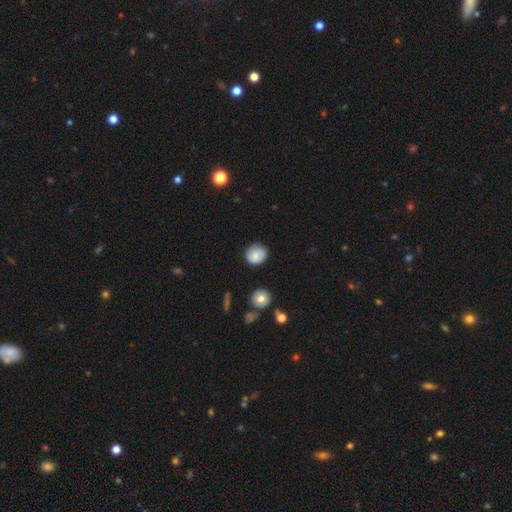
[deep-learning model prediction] Q: Smooth or featured?
A: smooth (79%); runner-up: featured or disk (13%)
Q: How rounded?
A: round (86%); runner-up: in between (13%)
Q: Merging?
A: none (80%); runner-up: minor disturbance (15%)